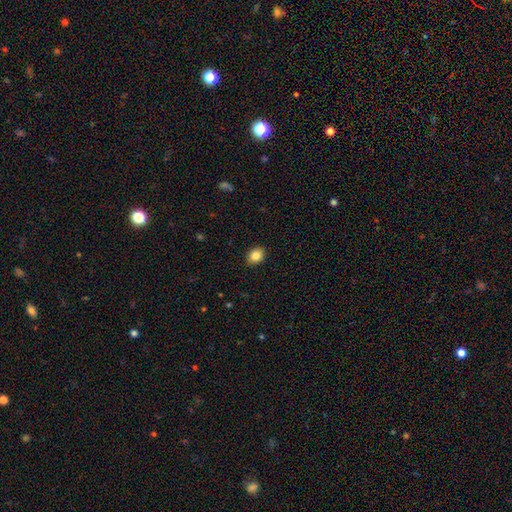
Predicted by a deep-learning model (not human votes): Overall: smooth (84%). How rounded: in between (55%; round 44%). Merging: none (90%).